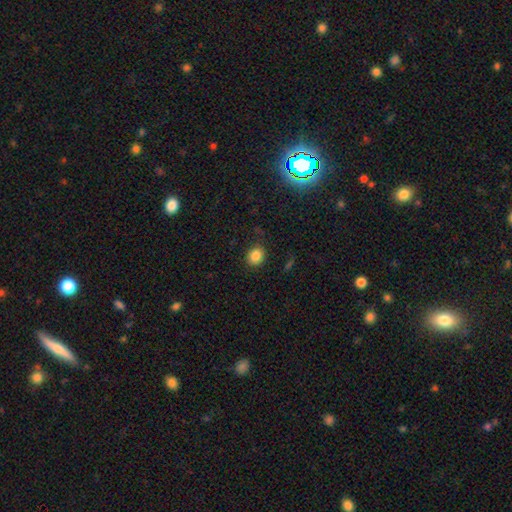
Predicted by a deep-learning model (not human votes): Smooth or featured: smooth — 85% (star or artifact — 11%)
How rounded: round — 67% (in between — 32%)
Merging: none — 83% (minor disturbance — 12%)